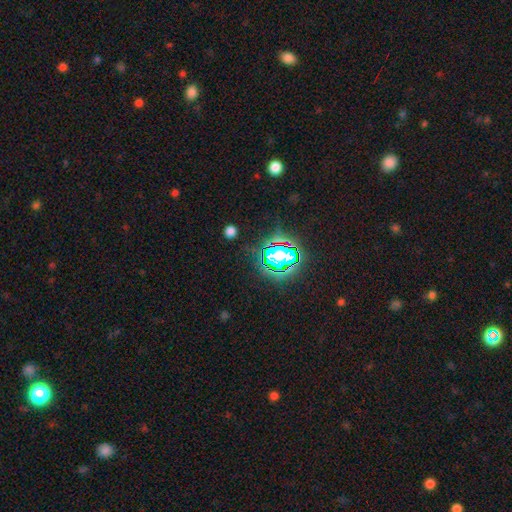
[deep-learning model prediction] Q: Smooth or featured?
A: star or artifact (79%); runner-up: smooth (14%)